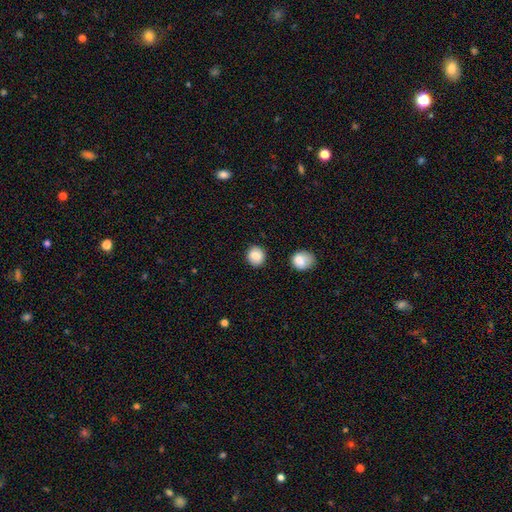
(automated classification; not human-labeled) The model was most divided on "how rounded": round: 85%, in between: 14%, cigar-shaped: 1%. More confident: merging — none (87%); smooth or featured — smooth (84%).